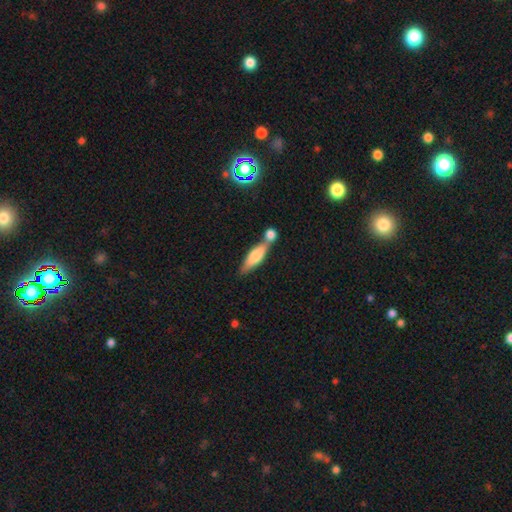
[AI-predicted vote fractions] smooth-or-featured: smooth: 67% | featured or disk: 27% | star or artifact: 7%
  how-rounded: cigar-shaped: 59% | in between: 38% | round: 3%
  merging: merger: 43% | none: 41% | minor disturbance: 12% | major disturbance: 4%